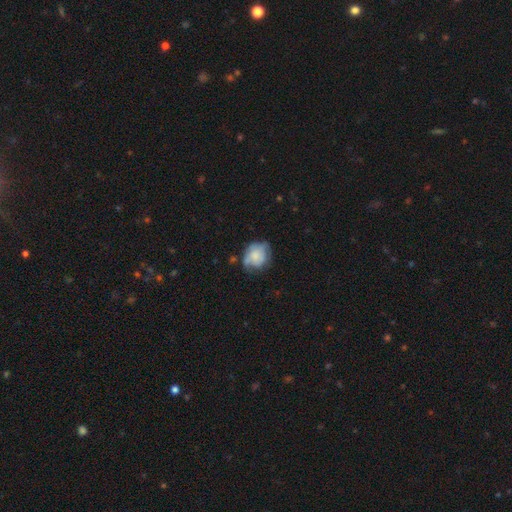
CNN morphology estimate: Overall: smooth (64%; featured or disk 28%). How rounded: round (63%; in between 37%). Merging: none (47%; minor disturbance 34%).